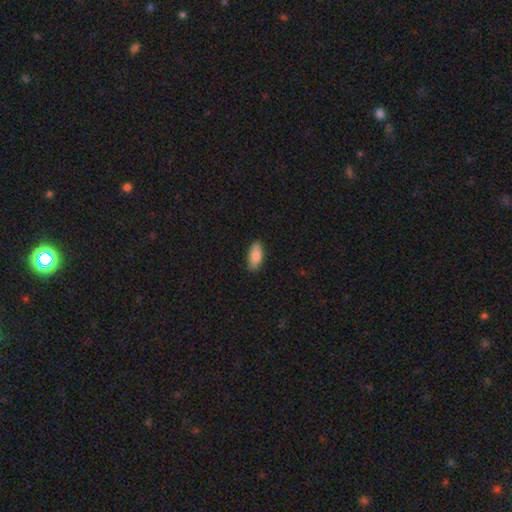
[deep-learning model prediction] Morphology: type=smooth (87%); roundness=in between (88%); merging=none (87%).